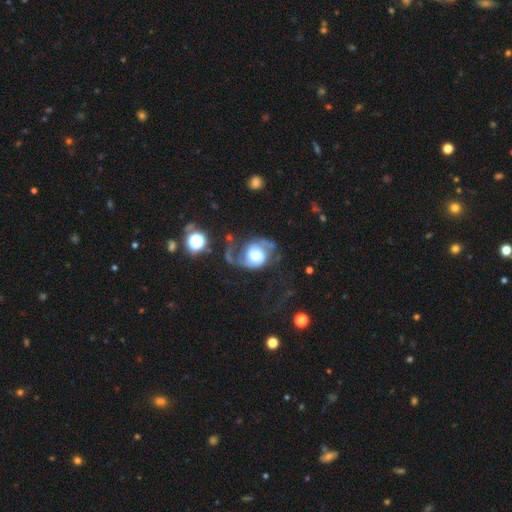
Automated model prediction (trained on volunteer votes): smooth-or-featured: featured or disk: 78% | smooth: 15% | star or artifact: 7%
  disk-edge-on: no: 98% | yes: 2%
    bar: no: 64% | weak: 29% | strong: 7%
    has-spiral-arms: yes: 91% | no: 9%
      spiral-winding: medium: 42% | loose: 41% | tight: 17%
      spiral-arm-count: 2: 79% | 1: 11% | can't tell: 5% | 3: 2% | 4: 1% | more than 4: 1%
    bulge-size: large: 49% | dominant: 19% | moderate: 18% | small: 7% | none: 6%
  merging: major disturbance: 40% | none: 37% | minor disturbance: 19% | merger: 4%